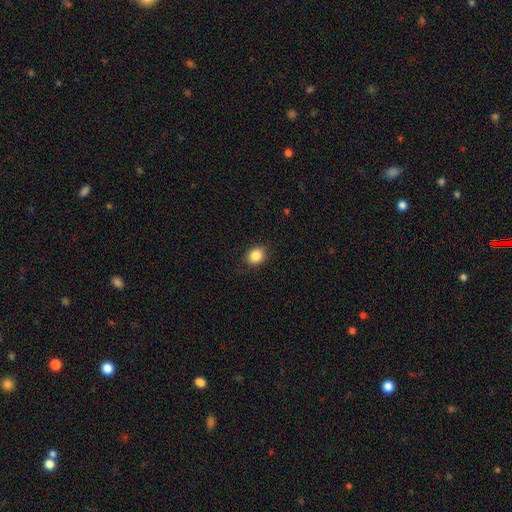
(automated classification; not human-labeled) smooth 86%, star or artifact 10%, featured or disk 5%. Down the decision tree: how rounded — round (53%); merging — none (87%).